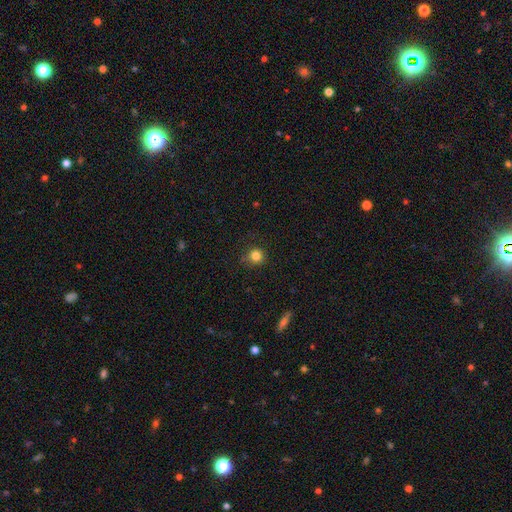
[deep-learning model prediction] Morphology: type=smooth (82%); roundness=round (89%); merging=none (78%).